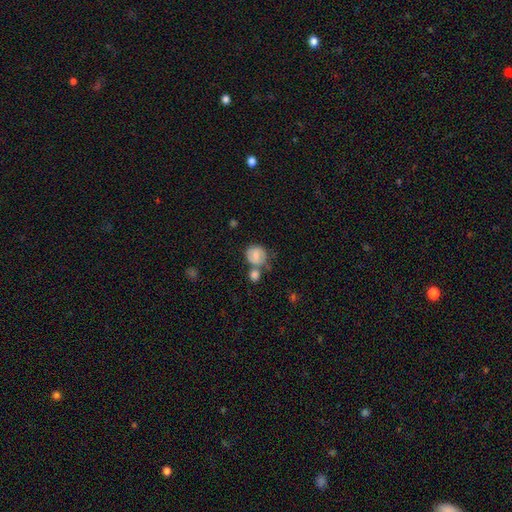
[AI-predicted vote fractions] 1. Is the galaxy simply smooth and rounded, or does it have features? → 62% smooth, 30% featured or disk, 8% star or artifact.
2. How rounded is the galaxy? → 77% round, 22% in between, 1% cigar-shaped.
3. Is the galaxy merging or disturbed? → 47% none, 30% merger, 17% minor disturbance, 6% major disturbance.